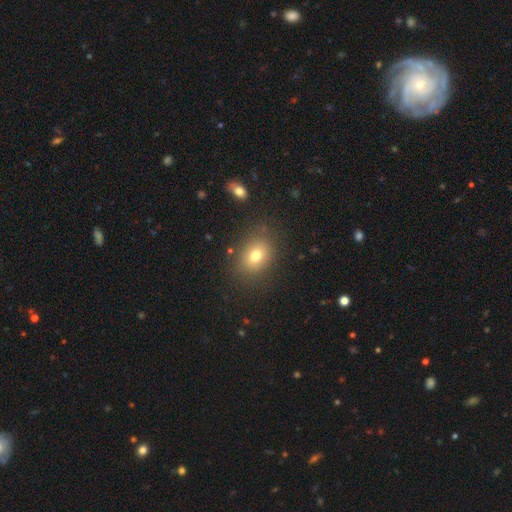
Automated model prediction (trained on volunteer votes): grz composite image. It shows a smooth galaxy with no disk features (75%) that is in between round and cigar-shaped (55%). Merging: none (82%).